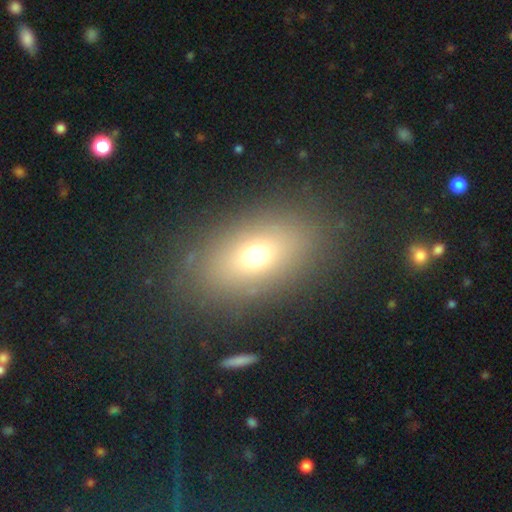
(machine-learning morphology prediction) Smooth or featured? Predicted: smooth (p=0.67). How rounded? Predicted: in between (p=0.77). Merging? Predicted: none (p=0.82).